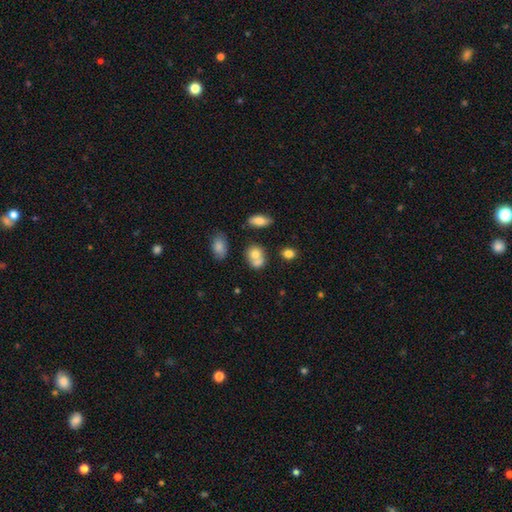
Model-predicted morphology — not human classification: This appears to be a smooth galaxy with no disk features (72%) that is round (53%). Merging: merger (44%).